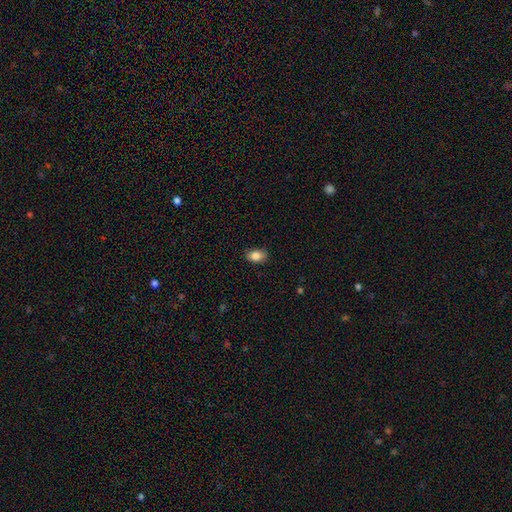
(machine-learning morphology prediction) Smooth or featured? Predicted: smooth (p=0.84). How rounded? Predicted: in between (p=0.83). Merging? Predicted: none (p=0.80).